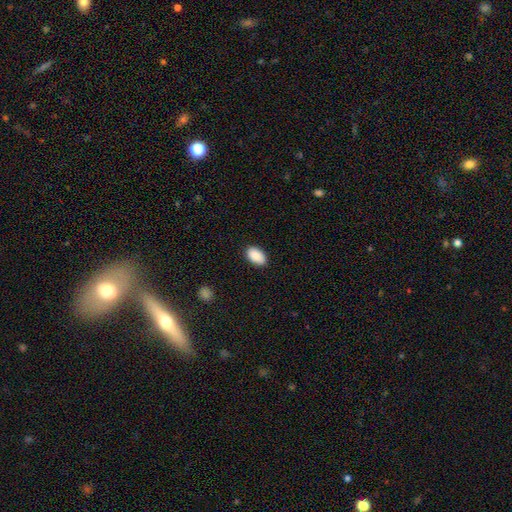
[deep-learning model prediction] This is clearly a smooth galaxy (90%). How rounded: clearly in between (92%). Merging: clearly none (87%).